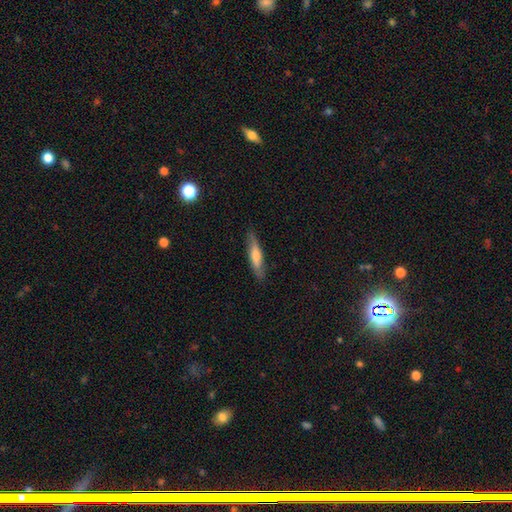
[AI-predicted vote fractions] smooth 63%, featured or disk 32%, star or artifact 6%. Down the decision tree: how rounded — cigar-shaped (82%); merging — none (83%).